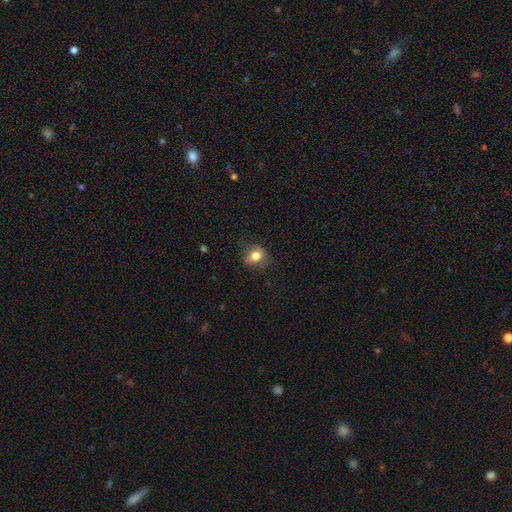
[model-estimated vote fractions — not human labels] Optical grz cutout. It shows a smooth galaxy with no disk features (76%) that is round (62%). Merging: none (76%).